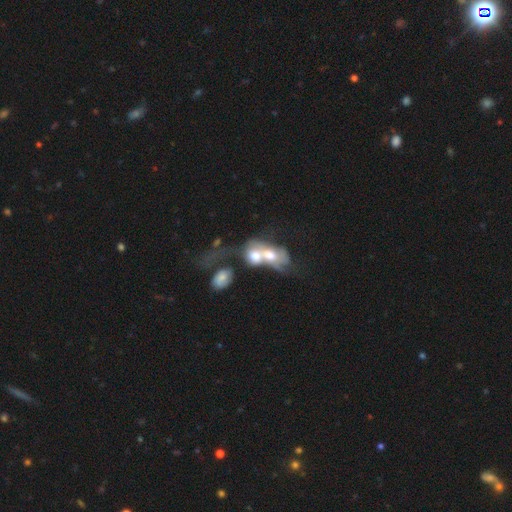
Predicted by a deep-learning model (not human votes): smooth 47%, featured or disk 43%, star or artifact 9%. Down the decision tree: merging — merger (81%).